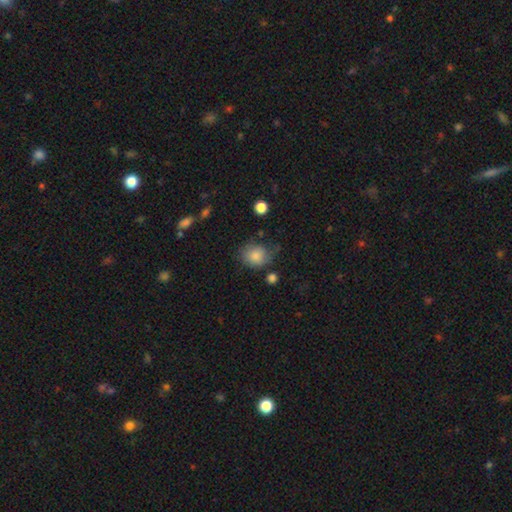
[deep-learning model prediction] Smooth or featured? Predicted: smooth (p=0.82). How rounded? Predicted: round (p=0.65). Merging? Predicted: none (p=0.64).